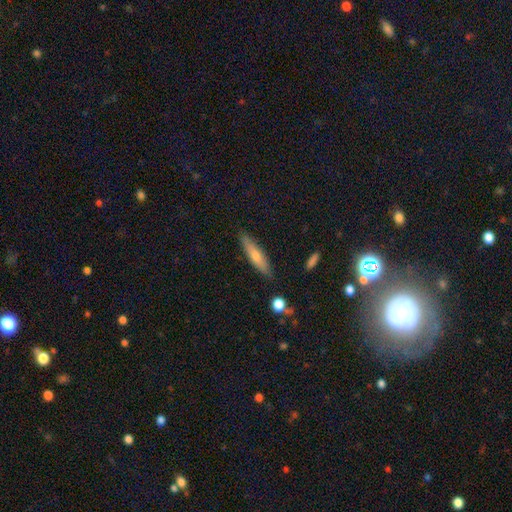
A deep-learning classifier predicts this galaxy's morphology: Smooth or featured?
  - smooth: 56% *
  - featured or disk: 37%
  - star or artifact: 7%
How rounded?
  - cigar-shaped: 81% *
  - in between: 17%
  - round: 2%
Merging?
  - none: 87% *
  - minor disturbance: 10%
  - major disturbance: 2%
  - merger: 2%